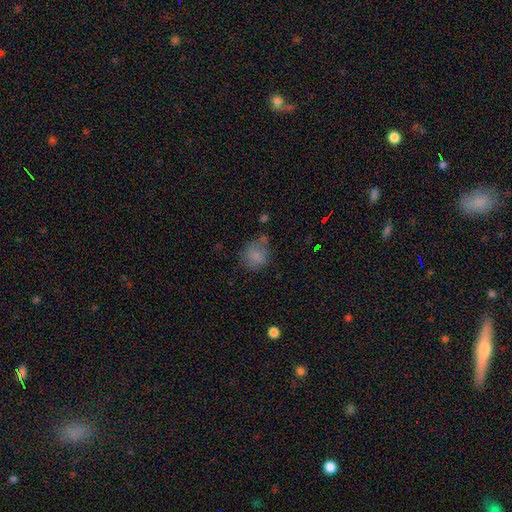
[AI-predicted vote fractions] Smooth or featured: smooth — 77% (star or artifact — 12%)
How rounded: round — 73% (in between — 26%)
Merging: none — 58% (minor disturbance — 24%)